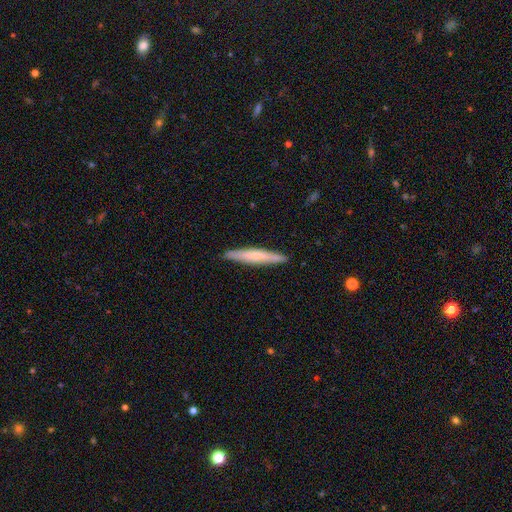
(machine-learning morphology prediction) This appears to be a smooth galaxy with no disk features (54%) that is cigar-shaped (94%). Merging: none (90%).